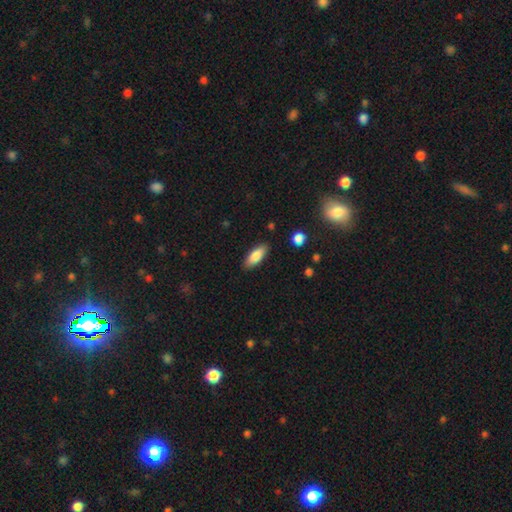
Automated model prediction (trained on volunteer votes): smooth 85%, featured or disk 9%, star or artifact 7%. Down the decision tree: how rounded — in between (75%); merging — none (86%).